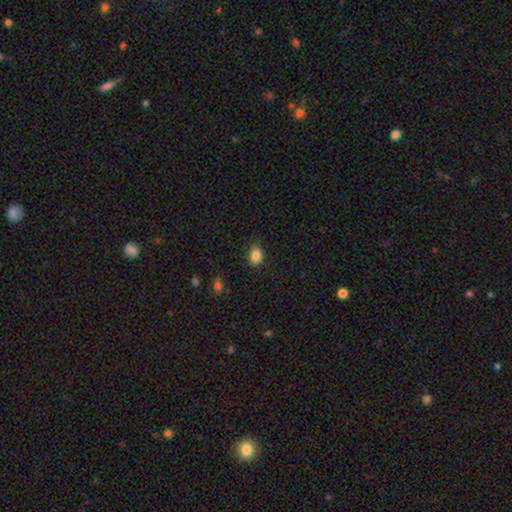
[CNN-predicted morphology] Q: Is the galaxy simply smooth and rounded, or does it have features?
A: smooth — 86%.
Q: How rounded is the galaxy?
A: in between — 67%.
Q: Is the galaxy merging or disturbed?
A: none — 80%.